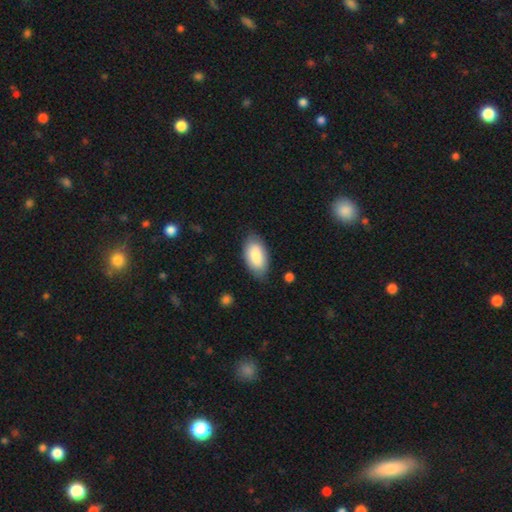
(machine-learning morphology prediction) This appears to be a smooth galaxy with no disk features (84%) that is in between round and cigar-shaped (95%). Merging: none (80%).